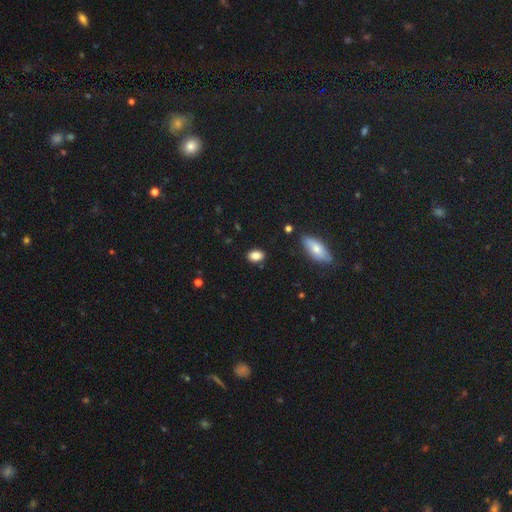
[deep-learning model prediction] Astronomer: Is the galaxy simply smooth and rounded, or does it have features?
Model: smooth — 85%.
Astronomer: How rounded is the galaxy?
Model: in between — 81%.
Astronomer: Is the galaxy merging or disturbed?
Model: none — 85%.